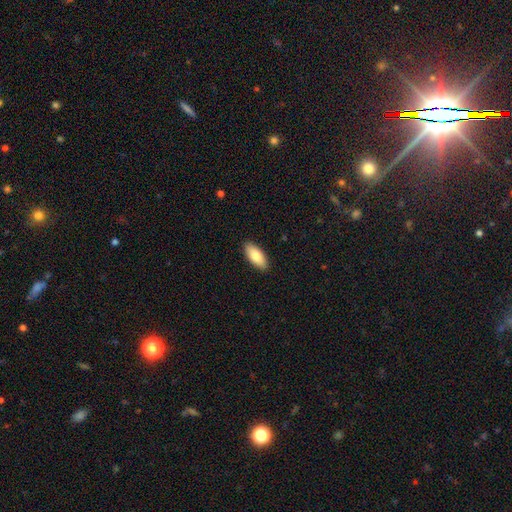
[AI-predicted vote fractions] Morphology: type=smooth (82%); roundness=in between (84%); merging=none (90%).